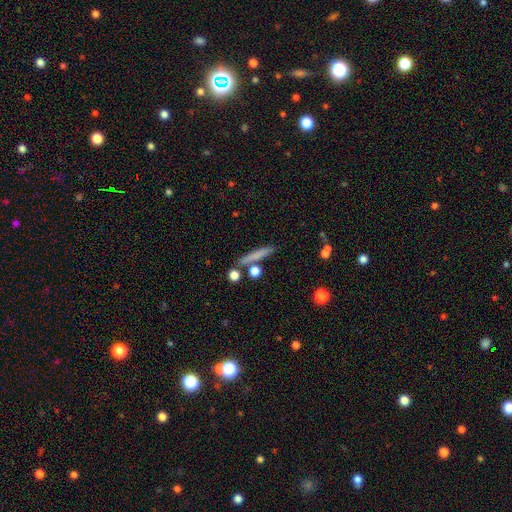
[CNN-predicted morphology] Smooth or featured: smooth — 68% (featured or disk — 24%)
How rounded: cigar-shaped — 89% (in between — 7%)
Merging: none — 79% (minor disturbance — 10%)